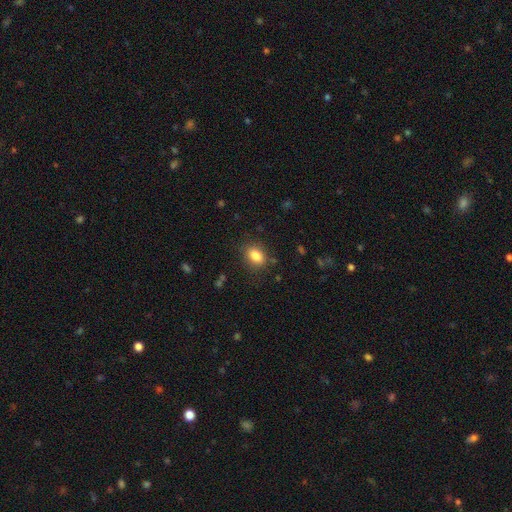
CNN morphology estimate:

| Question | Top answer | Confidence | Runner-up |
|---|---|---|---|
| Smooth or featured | smooth | 85% | star or artifact (9%) |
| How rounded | in between | 78% | round (20%) |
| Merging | none | 83% | minor disturbance (12%) |